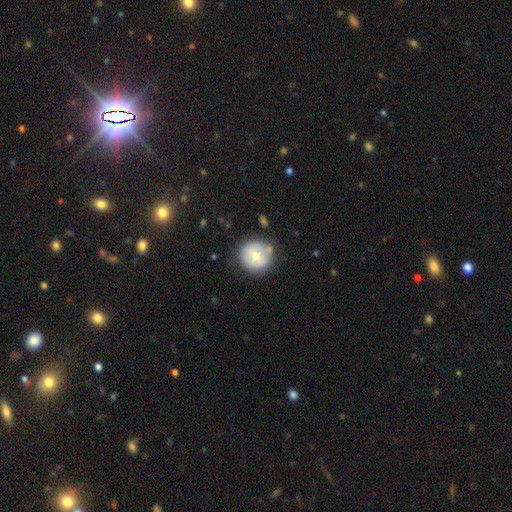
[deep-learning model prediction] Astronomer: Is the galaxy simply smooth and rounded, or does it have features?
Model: smooth — 57% (runner-up: featured or disk, 36%).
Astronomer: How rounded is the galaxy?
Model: round — 89%.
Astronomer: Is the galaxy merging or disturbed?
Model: none — 73%.